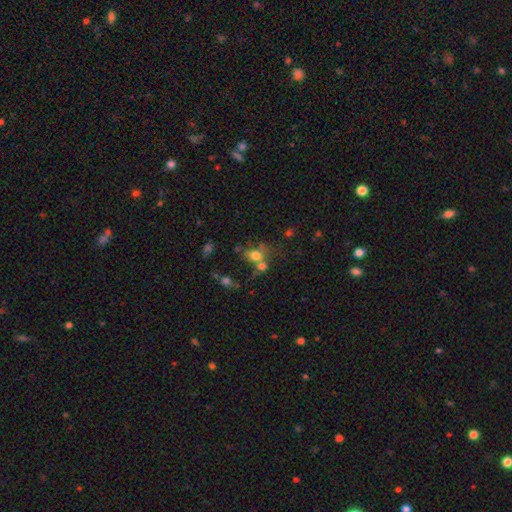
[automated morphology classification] This is likely a smooth galaxy (68%). How rounded: possibly round (51%). Merging: marginally merger (44%).